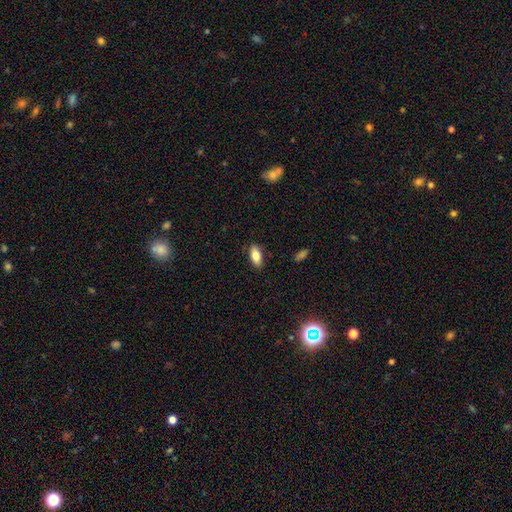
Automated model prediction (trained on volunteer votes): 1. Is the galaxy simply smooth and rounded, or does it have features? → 80% smooth, 12% featured or disk, 8% star or artifact.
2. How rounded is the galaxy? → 88% in between, 10% cigar-shaped, 3% round.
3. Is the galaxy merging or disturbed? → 86% none, 10% minor disturbance, 2% major disturbance, 1% merger.